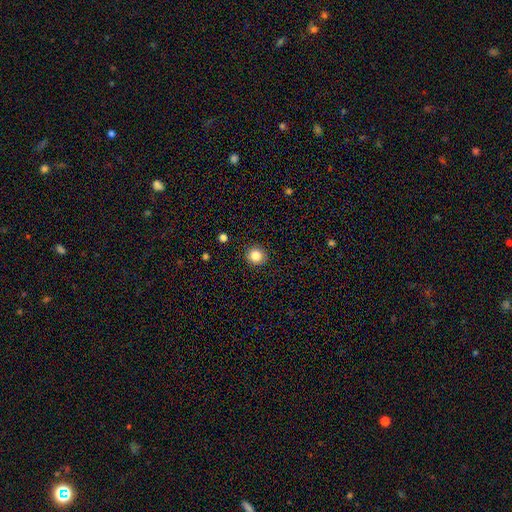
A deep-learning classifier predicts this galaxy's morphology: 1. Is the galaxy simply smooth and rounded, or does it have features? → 84% smooth, 10% star or artifact, 5% featured or disk.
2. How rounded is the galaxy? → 90% round, 10% in between, 1% cigar-shaped.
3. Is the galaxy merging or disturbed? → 90% none, 7% minor disturbance, 2% major disturbance, 1% merger.